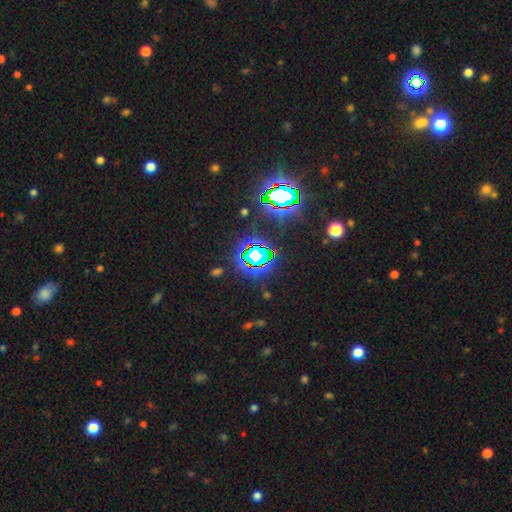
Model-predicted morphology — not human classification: star or artifact 74%, smooth 14%, featured or disk 12%.